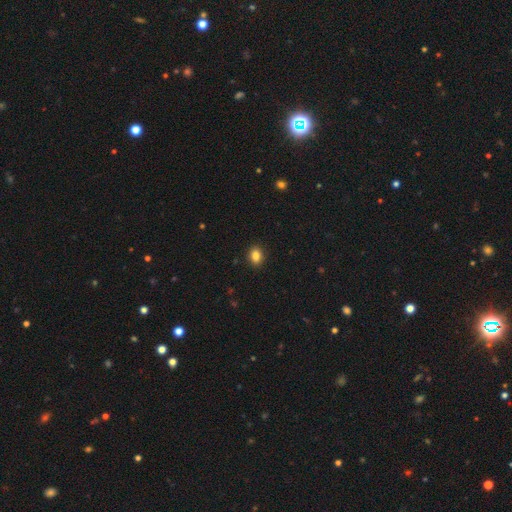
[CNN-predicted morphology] Smooth or featured?
  - smooth: 86% *
  - star or artifact: 10%
  - featured or disk: 5%
How rounded?
  - in between: 64% *
  - round: 35%
  - cigar-shaped: 1%
Merging?
  - none: 90% *
  - minor disturbance: 7%
  - major disturbance: 2%
  - merger: 1%